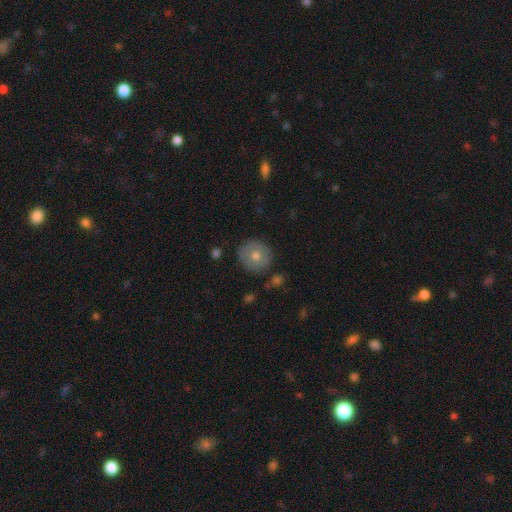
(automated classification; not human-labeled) Overall: smooth (71%). How rounded: round (91%). Merging: none (85%).